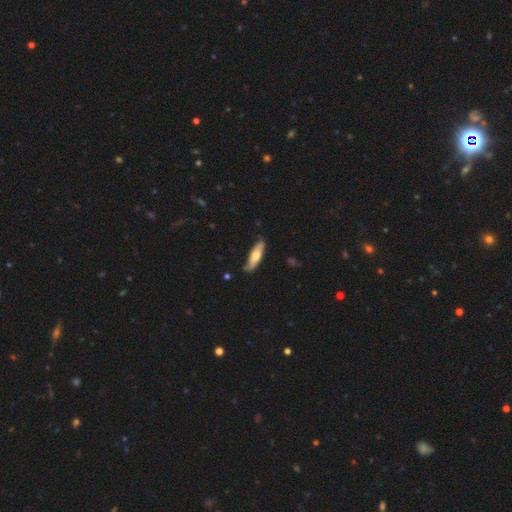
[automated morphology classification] Q: Smooth or featured?
A: smooth (61%); runner-up: featured or disk (34%)
Q: How rounded?
A: cigar-shaped (57%); runner-up: in between (41%)
Q: Merging?
A: none (79%); runner-up: minor disturbance (17%)